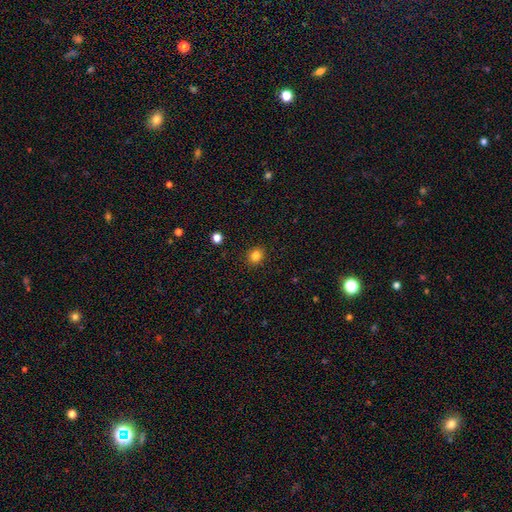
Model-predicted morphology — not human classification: type=smooth (82%); roundness=round (82%); merging=none (91%).